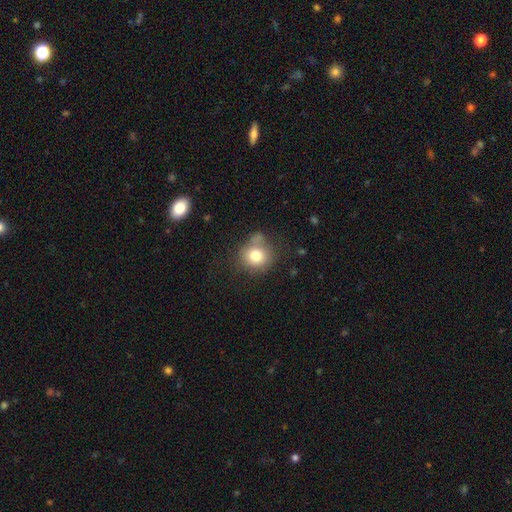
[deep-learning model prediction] smooth_or_featured: smooth (p=0.77) [alt: featured or disk p=0.12]
how_rounded: round (p=0.83) [alt: in between p=0.16]
merging: none (p=0.63) [alt: minor disturbance p=0.18]